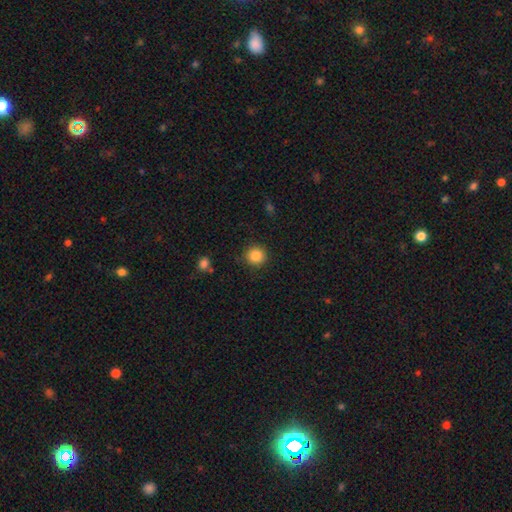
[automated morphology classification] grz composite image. It shows a smooth galaxy with no disk features (85%) that is round (93%). Merging: none (89%).